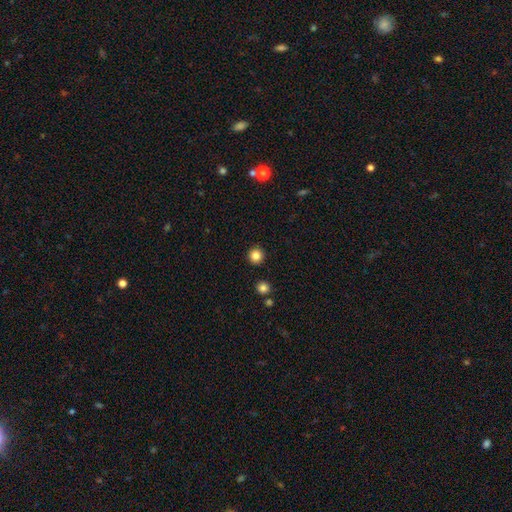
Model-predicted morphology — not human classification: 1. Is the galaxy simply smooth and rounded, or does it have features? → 84% smooth, 12% star or artifact, 4% featured or disk.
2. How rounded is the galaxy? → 95% round, 4% in between, 1% cigar-shaped.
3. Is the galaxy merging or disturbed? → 93% none, 4% minor disturbance, 2% merger, 2% major disturbance.